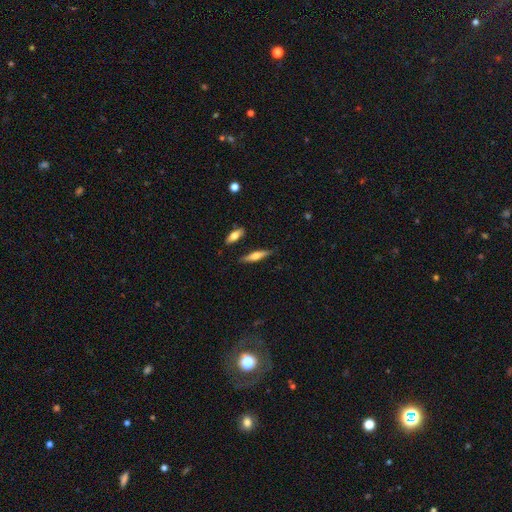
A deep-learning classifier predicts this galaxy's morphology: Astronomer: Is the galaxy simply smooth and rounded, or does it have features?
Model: featured or disk — 51% (runner-up: smooth, 43%).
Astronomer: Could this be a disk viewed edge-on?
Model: yes — 94%.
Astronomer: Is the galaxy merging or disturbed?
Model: none — 83%.